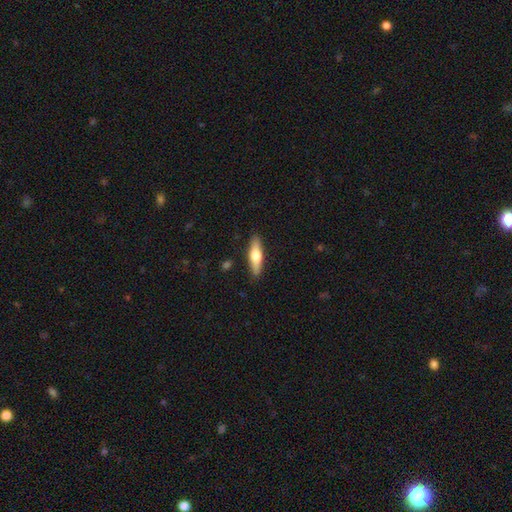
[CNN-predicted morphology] type=smooth (55%); roundness=cigar-shaped (64%); merging=none (89%).